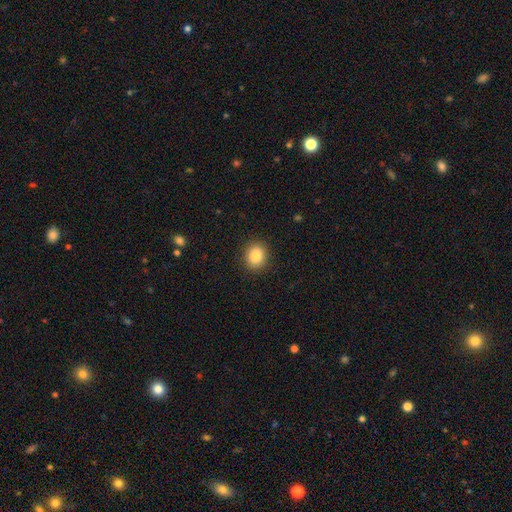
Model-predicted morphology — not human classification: Smooth or featured?
  - smooth: 87% *
  - star or artifact: 9%
  - featured or disk: 5%
How rounded?
  - round: 63% *
  - in between: 36%
  - cigar-shaped: 1%
Merging?
  - none: 89% *
  - minor disturbance: 7%
  - major disturbance: 2%
  - merger: 1%